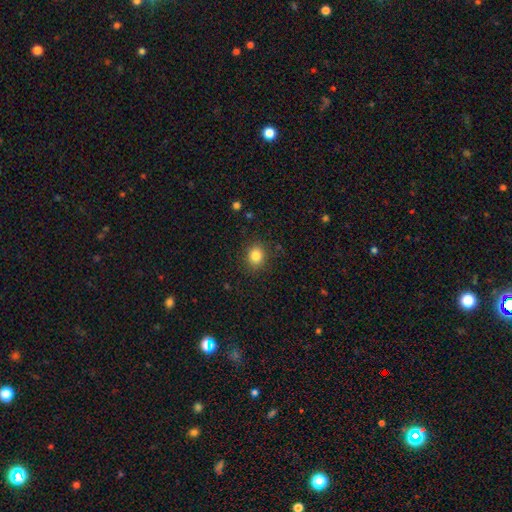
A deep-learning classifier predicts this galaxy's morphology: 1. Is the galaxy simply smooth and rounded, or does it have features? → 83% smooth, 11% star or artifact, 6% featured or disk.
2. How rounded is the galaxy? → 70% round, 29% in between, 1% cigar-shaped.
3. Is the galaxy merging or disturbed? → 88% none, 8% minor disturbance, 3% major disturbance, 1% merger.